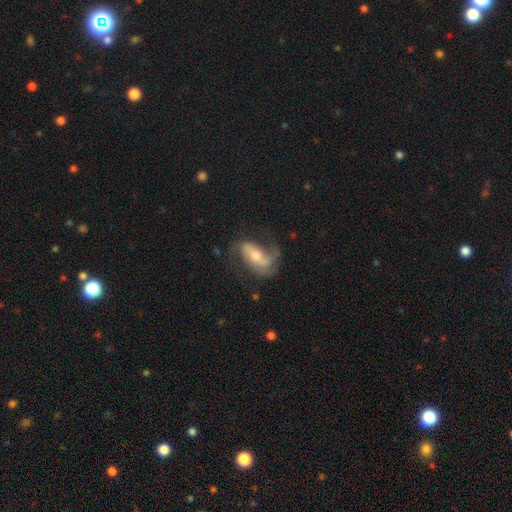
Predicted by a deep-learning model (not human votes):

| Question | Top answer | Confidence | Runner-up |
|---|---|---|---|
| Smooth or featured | featured or disk | 75% | smooth (18%) |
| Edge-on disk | no | 91% | yes (9%) |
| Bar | strong | 39% | weak (32%) |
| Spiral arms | yes | 90% | no (10%) |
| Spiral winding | loose | 46% | medium (37%) |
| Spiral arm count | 2 | 73% | 1 (12%) |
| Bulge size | moderate | 58% | small (34%) |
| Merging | none | 58% | minor disturbance (22%) |